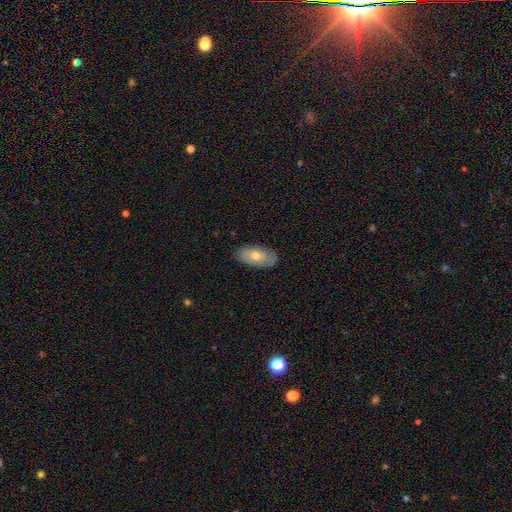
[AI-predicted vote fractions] The model was most divided on "smooth or featured": smooth: 63%, featured or disk: 31%, star or artifact: 6%. More confident: how rounded — in between (92%); merging — none (85%).